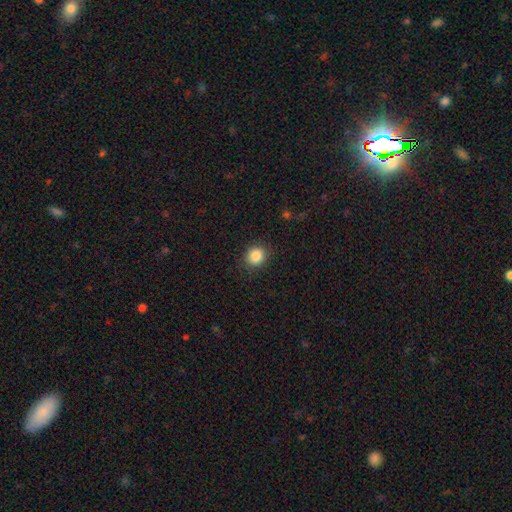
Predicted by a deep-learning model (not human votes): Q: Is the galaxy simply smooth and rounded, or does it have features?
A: smooth — 86%.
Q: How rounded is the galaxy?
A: round — 78%.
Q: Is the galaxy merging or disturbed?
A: none — 88%.